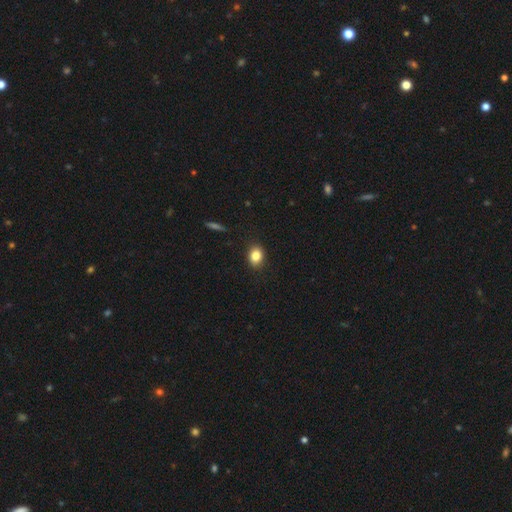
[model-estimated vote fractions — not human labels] This is clearly a smooth galaxy (84%). How rounded: possibly in between (58%). Merging: clearly none (88%).